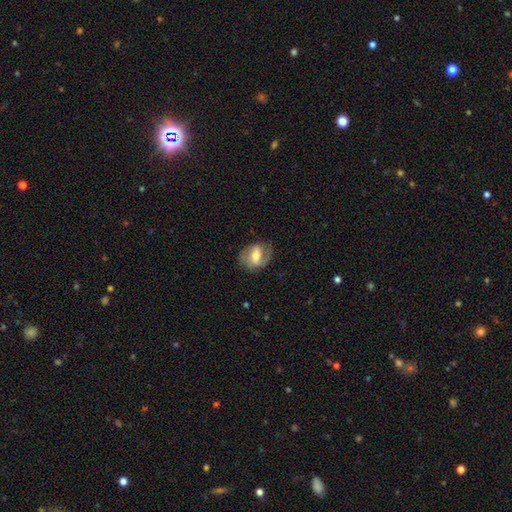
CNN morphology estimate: Smooth or featured? featured or disk (59%)
Edge-on disk? no (94%)
Bar? strong (45%)
Spiral arms? yes (70%)
Bulge size? moderate (59%)
Merging? none (69%)